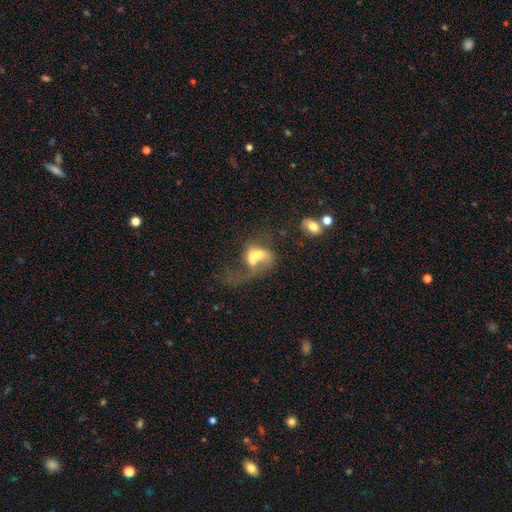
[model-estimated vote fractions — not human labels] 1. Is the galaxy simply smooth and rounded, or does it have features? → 48% smooth, 41% featured or disk, 11% star or artifact.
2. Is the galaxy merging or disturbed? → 41% merger, 37% major disturbance, 13% none, 9% minor disturbance.